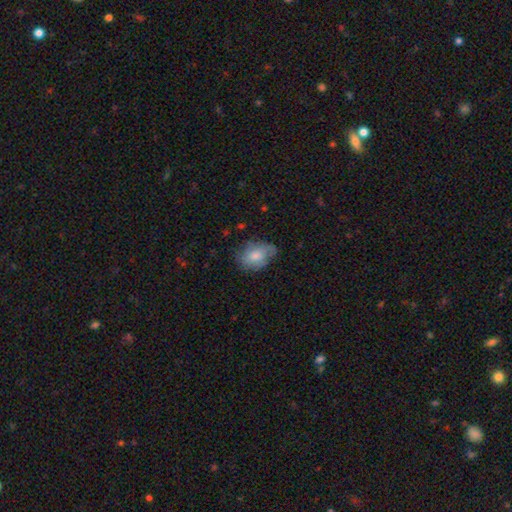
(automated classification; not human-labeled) Smooth or featured? Predicted: smooth (p=0.70). How rounded? Predicted: in between (p=0.82). Merging? Predicted: none (p=0.57).